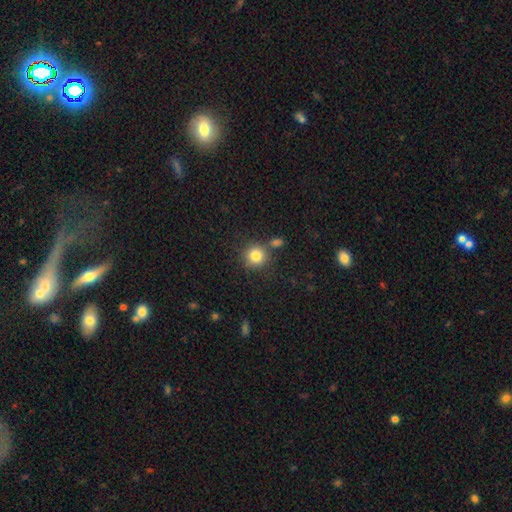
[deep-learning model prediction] smooth-or-featured: smooth: 82% | star or artifact: 11% | featured or disk: 7%
  how-rounded: round: 91% | in between: 8% | cigar-shaped: 1%
  merging: none: 74% | merger: 13% | minor disturbance: 10% | major disturbance: 3%